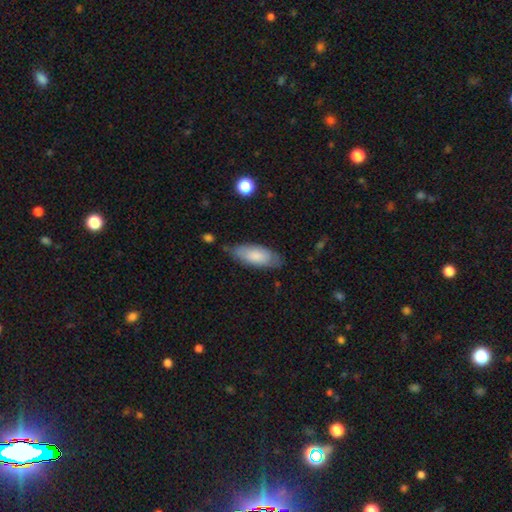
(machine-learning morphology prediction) A smooth galaxy with no disk features (77%) that is in between round and cigar-shaped (79%). Merging: none (72%).